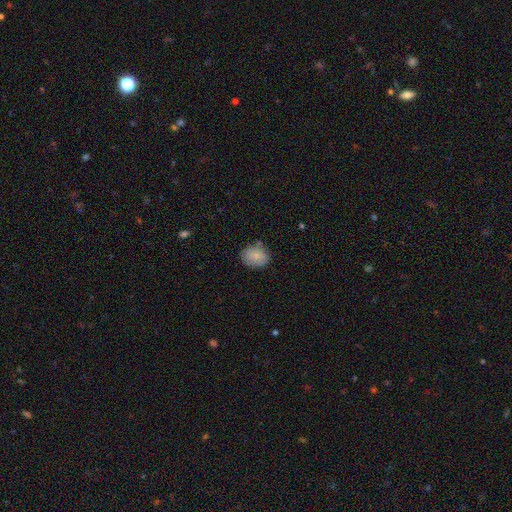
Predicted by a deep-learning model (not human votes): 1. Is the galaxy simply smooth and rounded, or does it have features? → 83% smooth, 9% featured or disk, 8% star or artifact.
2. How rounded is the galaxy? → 53% in between, 46% round, 1% cigar-shaped.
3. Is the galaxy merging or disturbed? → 74% none, 19% minor disturbance, 4% major disturbance, 4% merger.